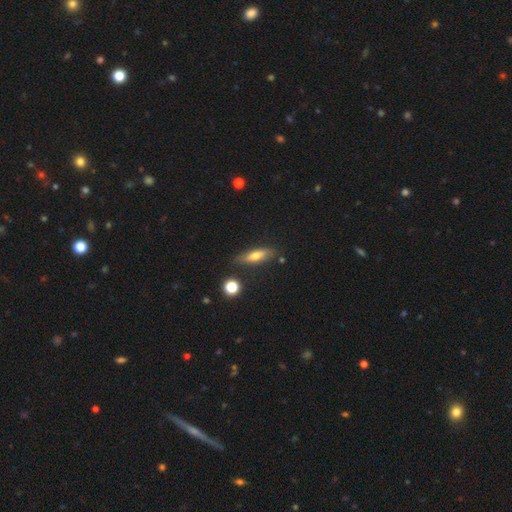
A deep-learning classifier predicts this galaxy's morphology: Smooth or featured? smooth (59%)
How rounded? cigar-shaped (55%)
Merging? none (78%)